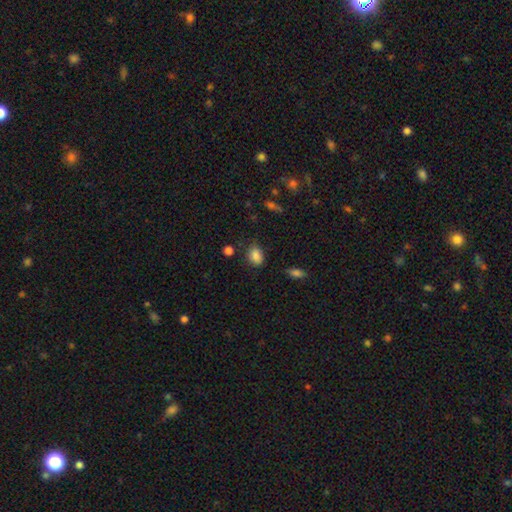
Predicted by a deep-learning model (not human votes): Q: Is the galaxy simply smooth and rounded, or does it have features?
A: smooth — 86%.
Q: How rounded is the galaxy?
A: in between — 75%.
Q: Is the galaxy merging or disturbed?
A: none — 75%.